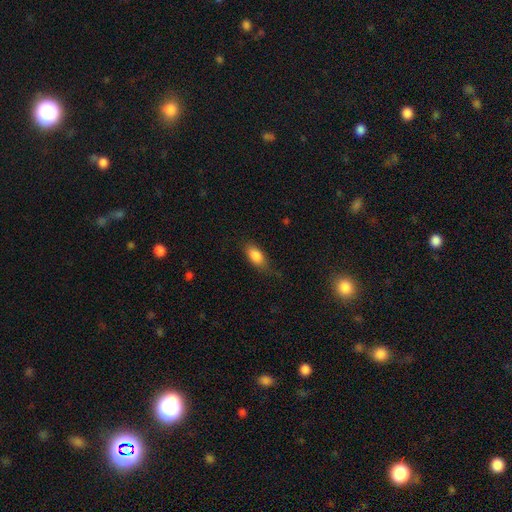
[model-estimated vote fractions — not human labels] smooth-or-featured: smooth: 84% | featured or disk: 9% | star or artifact: 7%
  how-rounded: in between: 87% | cigar-shaped: 8% | round: 5%
  merging: none: 68% | minor disturbance: 24% | major disturbance: 8% | merger: 1%